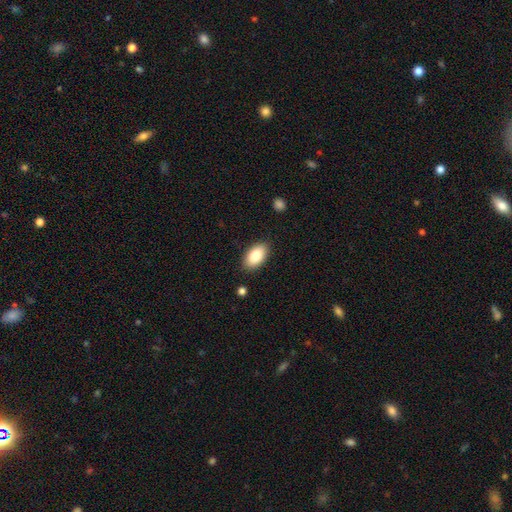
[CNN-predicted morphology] Q: Smooth or featured?
A: smooth (83%); runner-up: featured or disk (10%)
Q: How rounded?
A: in between (94%); runner-up: round (4%)
Q: Merging?
A: none (87%); runner-up: minor disturbance (9%)